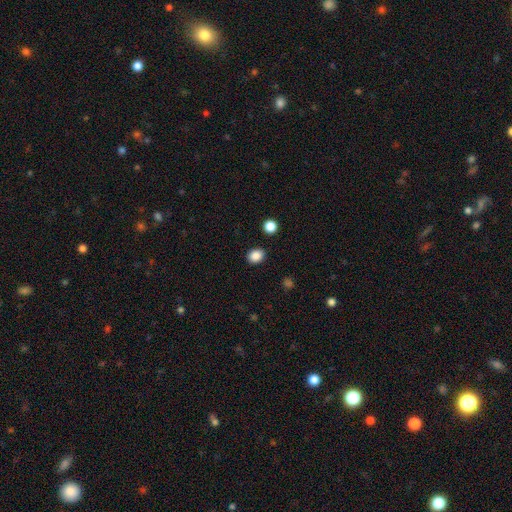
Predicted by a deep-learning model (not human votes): This appears to be a smooth galaxy with no disk features (87%) that is in between round and cigar-shaped (50%). Merging: none (89%).